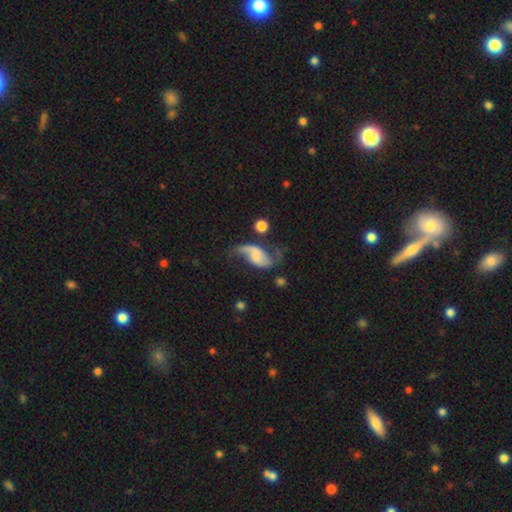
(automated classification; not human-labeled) A featured or disk galaxy (80%) with no bar (49%), 2 (89%) loose (74%) spiral arms (94%) and no central bulge (43%). Merging: none (57%).